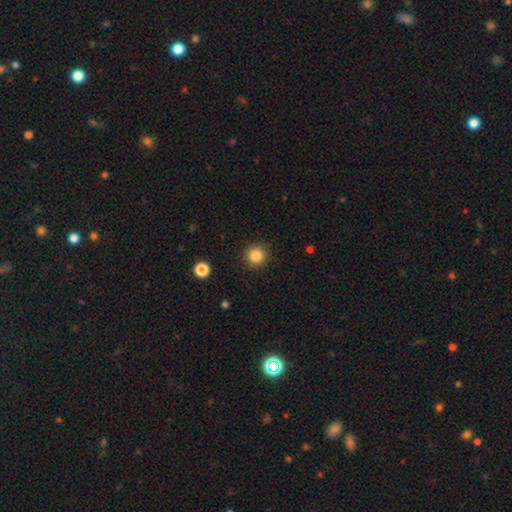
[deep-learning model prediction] Smooth or featured? Predicted: smooth (p=0.85). How rounded? Predicted: round (p=0.94). Merging? Predicted: none (p=0.91).